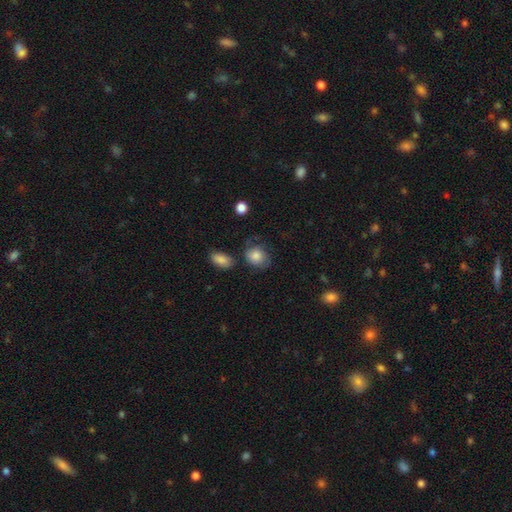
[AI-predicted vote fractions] smooth_or_featured: smooth (p=0.75) [alt: featured or disk p=0.18]
how_rounded: round (p=0.60) [alt: in between p=0.39]
merging: none (p=0.59) [alt: minor disturbance p=0.25]